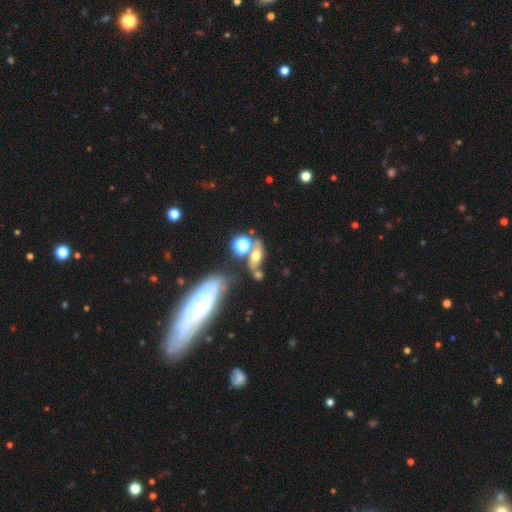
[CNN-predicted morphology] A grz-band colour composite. It shows a smooth galaxy with no disk features (46%). Merging: none (45%).